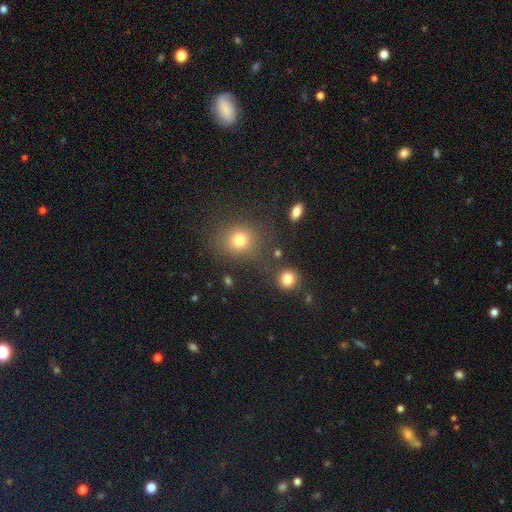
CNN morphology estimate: smooth 62%, star or artifact 30%, featured or disk 8%. Down the decision tree: how rounded — round (82%); merging — none (78%).